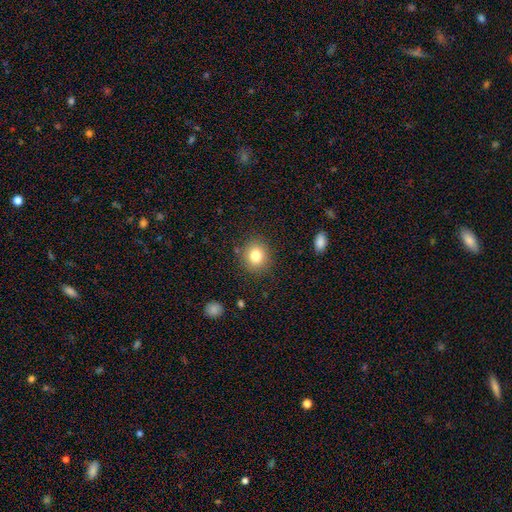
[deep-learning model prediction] A smooth galaxy with no disk features (80%) that is round (82%).

Vote fractions:
- Smooth or featured? smooth: 80% / star or artifact: 11% / featured or disk: 8%
- How rounded? round: 82% / in between: 18% / cigar-shaped: 1%
- Merging? none: 87% / minor disturbance: 8% / major disturbance: 3% / merger: 2%